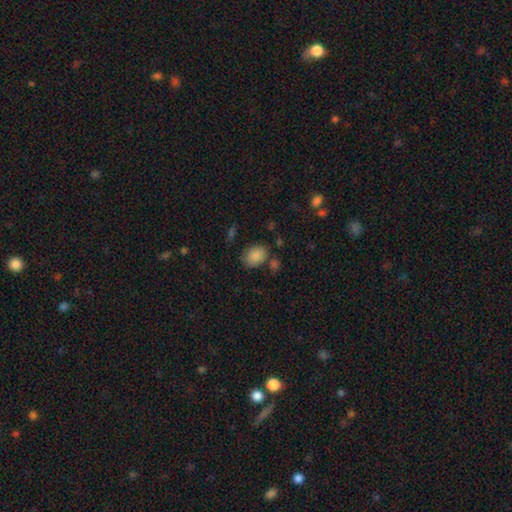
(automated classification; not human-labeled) A smooth galaxy with no disk features (87%) that is in between round and cigar-shaped (59%). Merging: none (70%).